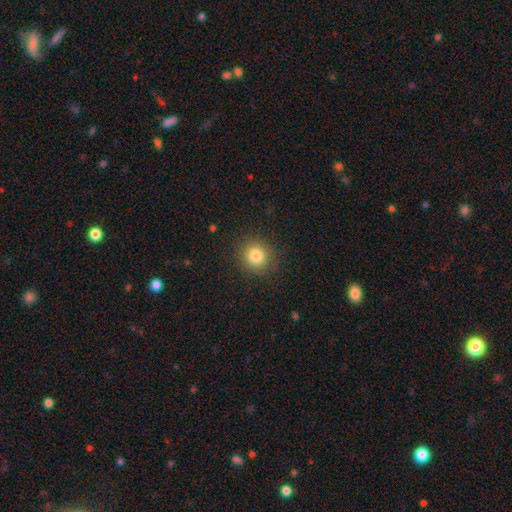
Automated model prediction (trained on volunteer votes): A smooth galaxy with no disk features (82%) that is round (89%). Merging: none (89%).